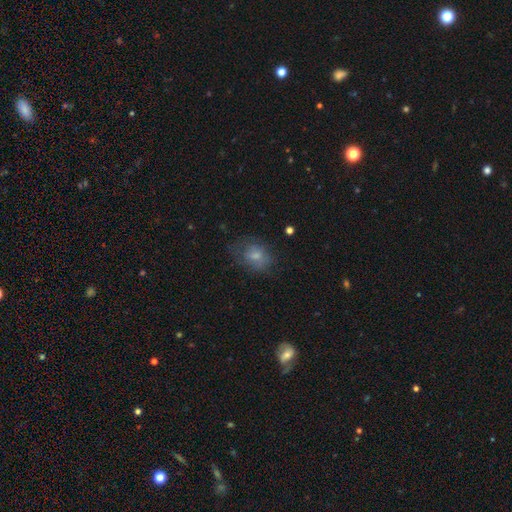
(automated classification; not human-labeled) smooth 67%, featured or disk 23%, star or artifact 11%. Down the decision tree: how rounded — in between (62%); merging — none (55%).